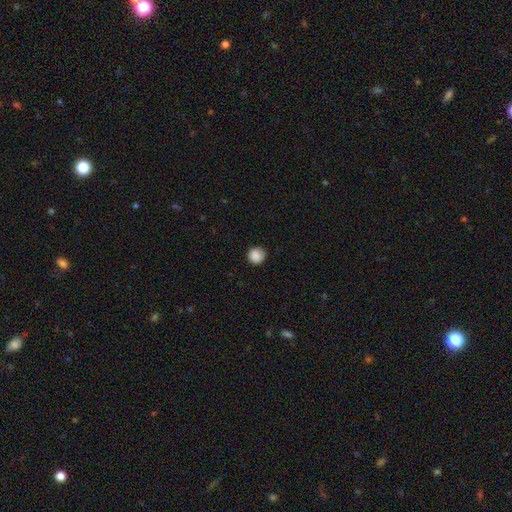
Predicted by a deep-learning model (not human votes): This is clearly a smooth galaxy (88%). How rounded: clearly round (95%). Merging: clearly none (88%).